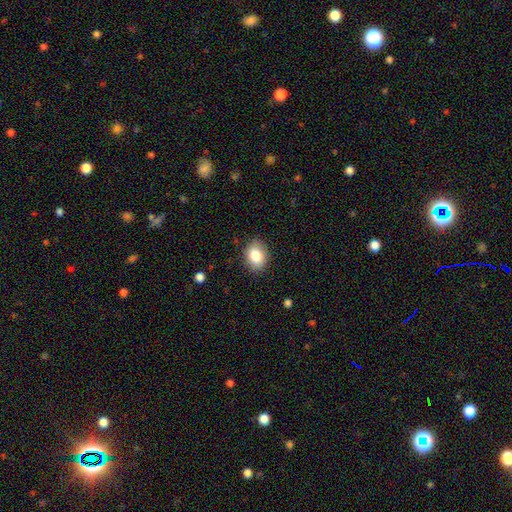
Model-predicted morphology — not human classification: The model was most divided on "how rounded": in between: 66%, round: 33%, cigar-shaped: 1%. More confident: merging — none (86%); smooth or featured — smooth (83%).